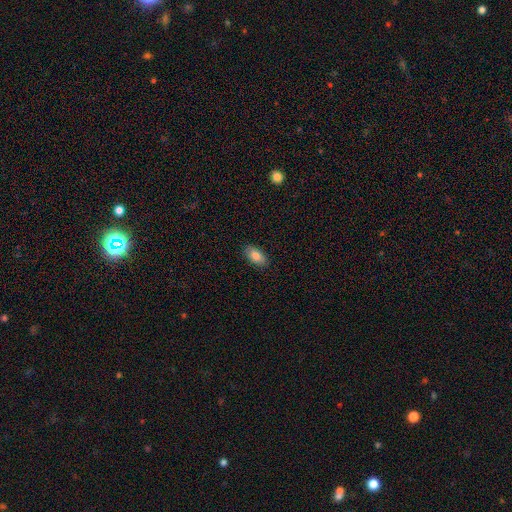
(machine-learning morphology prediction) This is clearly a smooth galaxy (86%). How rounded: clearly in between (93%). Merging: clearly none (88%).